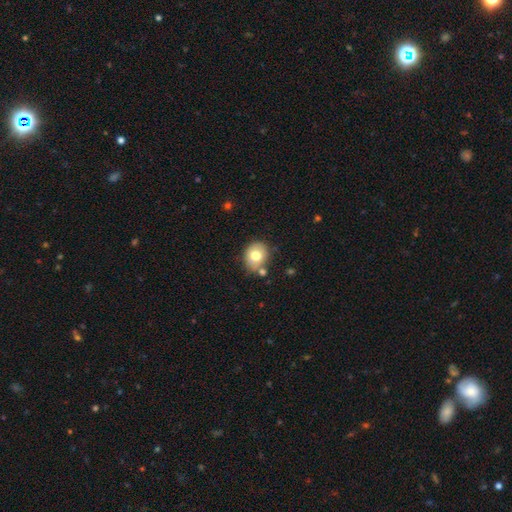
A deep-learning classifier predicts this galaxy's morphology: A smooth galaxy with no disk features (74%) that is round (61%). Merging: none (69%).